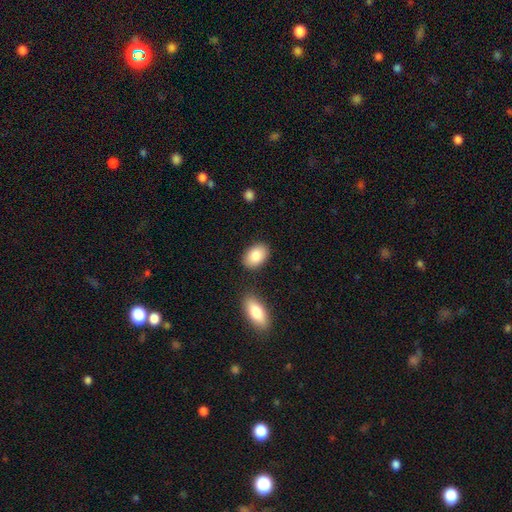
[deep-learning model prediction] Smooth or featured: smooth — 86% (featured or disk — 8%)
How rounded: in between — 90% (round — 9%)
Merging: none — 82% (minor disturbance — 10%)